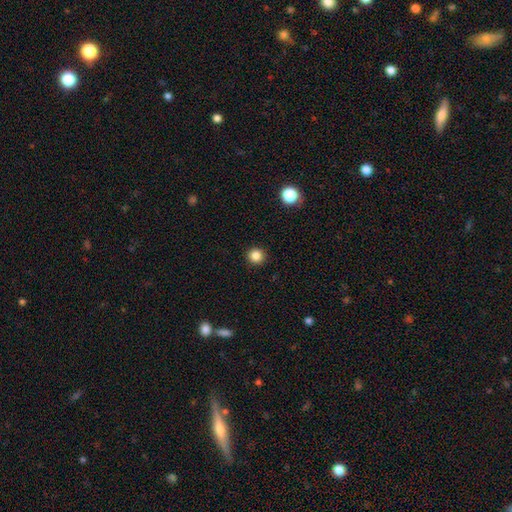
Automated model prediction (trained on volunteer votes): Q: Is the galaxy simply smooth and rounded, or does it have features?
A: smooth — 84%.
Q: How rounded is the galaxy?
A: round — 95%.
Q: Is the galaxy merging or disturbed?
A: none — 93%.